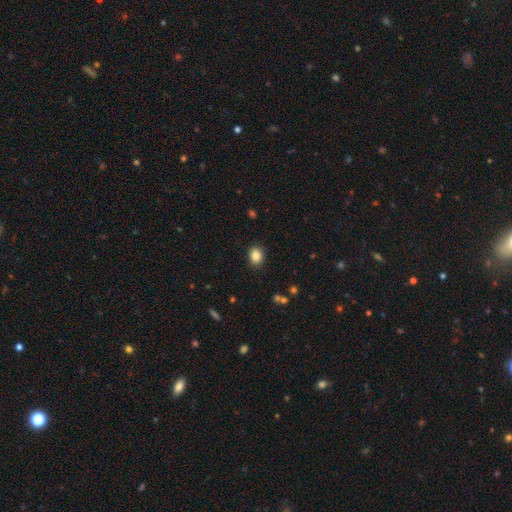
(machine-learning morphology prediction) A smooth galaxy with no disk features (85%) that is round (50%). Merging: none (89%).